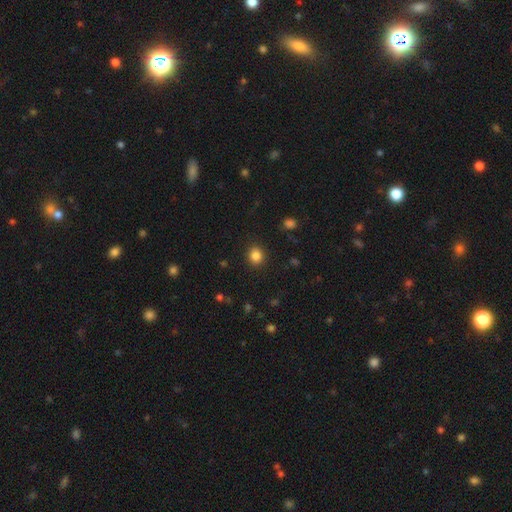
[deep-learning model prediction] This appears to be a smooth galaxy with no disk features (84%) that is round (78%). Merging: none (90%).